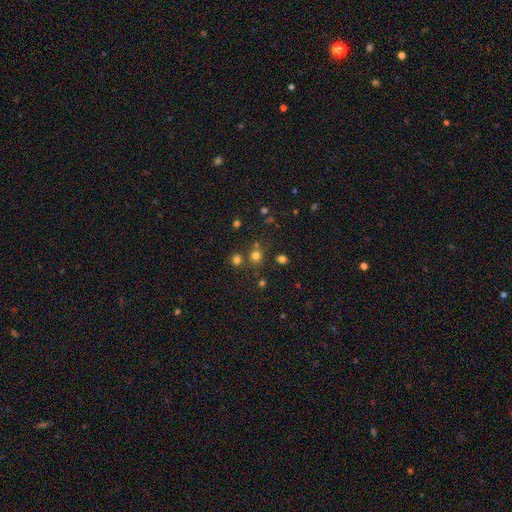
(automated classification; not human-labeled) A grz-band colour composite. It shows a smooth galaxy with no disk features (68%) that is round (88%). Merging: none (72%).